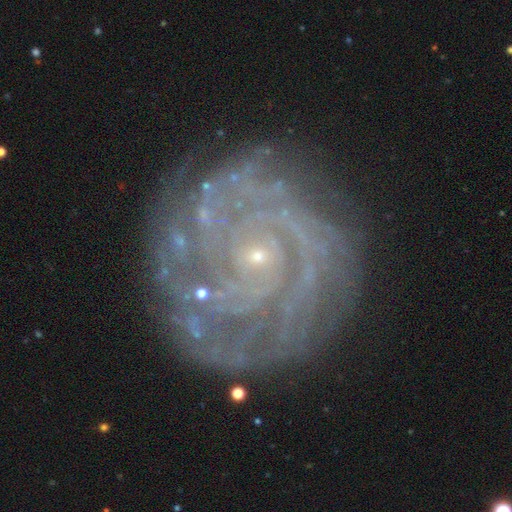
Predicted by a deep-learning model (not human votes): Overall: featured or disk (87%). Edge-on disk: no (98%). Bar: no (72%). Spiral arms: yes (96%). Spiral arm count: can't tell (27%; 2 23%). Spiral winding: tight (76%). Bulge size: small (86%). Merging: none (78%).